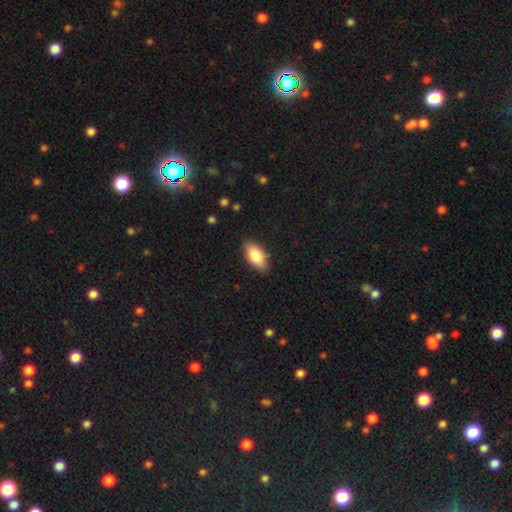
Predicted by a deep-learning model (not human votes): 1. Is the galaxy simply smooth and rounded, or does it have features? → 84% smooth, 9% featured or disk, 6% star or artifact.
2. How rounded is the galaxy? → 92% in between, 5% cigar-shaped, 3% round.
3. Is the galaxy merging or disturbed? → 87% none, 10% minor disturbance, 2% major disturbance, 1% merger.